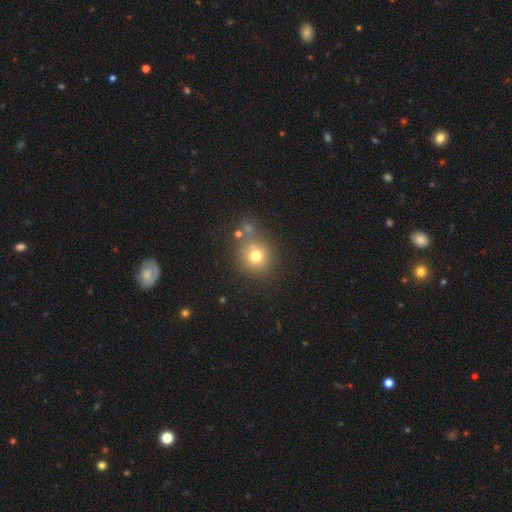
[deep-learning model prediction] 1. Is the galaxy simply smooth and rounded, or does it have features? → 74% smooth, 15% star or artifact, 12% featured or disk.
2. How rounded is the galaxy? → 87% round, 12% in between, 1% cigar-shaped.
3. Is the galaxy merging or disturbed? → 62% none, 17% merger, 14% minor disturbance, 7% major disturbance.